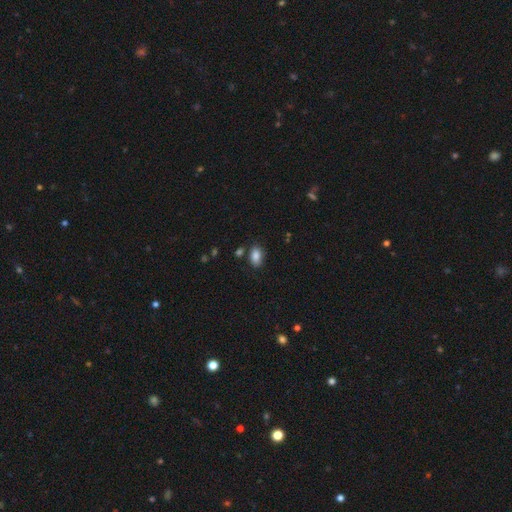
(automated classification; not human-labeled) Morphology: type=smooth (86%); roundness=in between (91%); merging=none (80%).